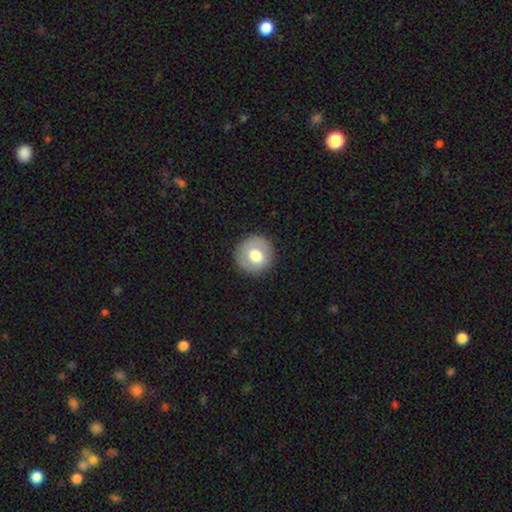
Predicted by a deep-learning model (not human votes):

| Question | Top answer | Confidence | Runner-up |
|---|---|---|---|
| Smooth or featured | smooth | 70% | featured or disk (22%) |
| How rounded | round | 94% | in between (5%) |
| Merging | none | 88% | minor disturbance (8%) |